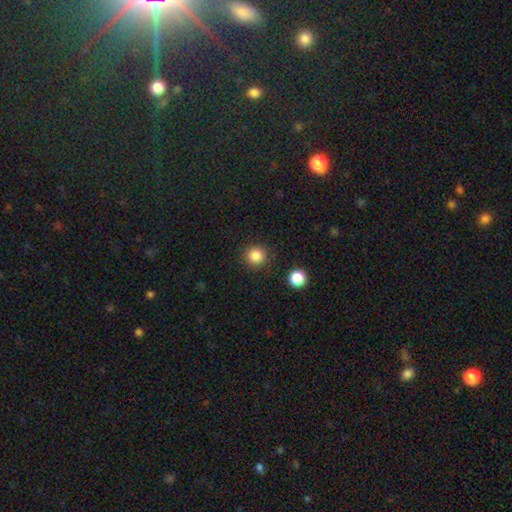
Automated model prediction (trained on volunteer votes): Smooth or featured: smooth — 84% (star or artifact — 12%)
How rounded: round — 94% (in between — 5%)
Merging: none — 89% (minor disturbance — 7%)